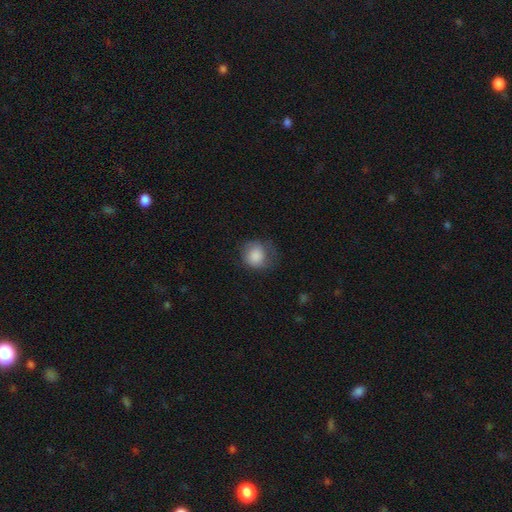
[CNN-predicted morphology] Overall: smooth (83%). How rounded: round (81%). Merging: none (54%; minor disturbance 28%).